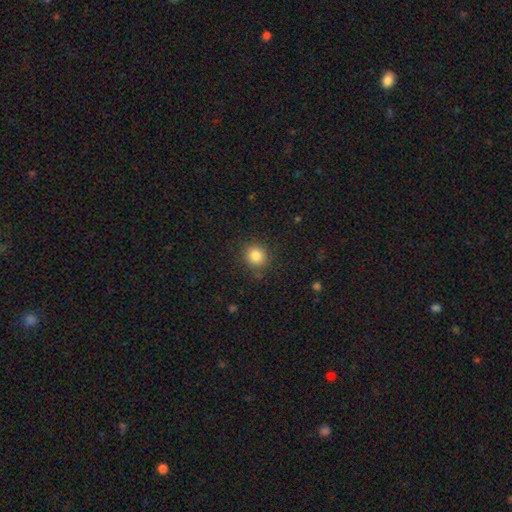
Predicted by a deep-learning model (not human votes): Q: Smooth or featured?
A: smooth (84%); runner-up: star or artifact (11%)
Q: How rounded?
A: round (87%); runner-up: in between (12%)
Q: Merging?
A: none (85%); runner-up: minor disturbance (10%)